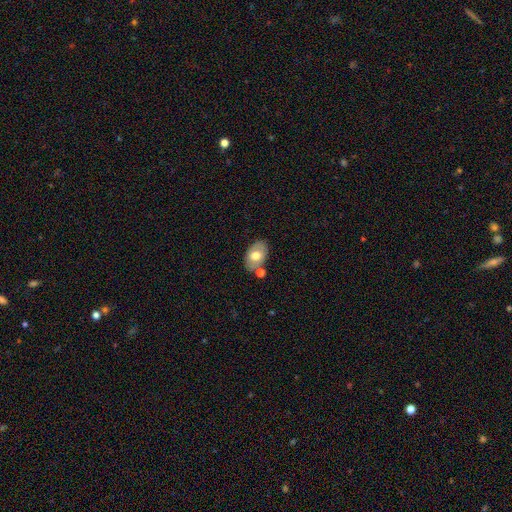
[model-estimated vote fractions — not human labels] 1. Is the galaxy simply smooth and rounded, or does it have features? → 63% smooth, 30% featured or disk, 7% star or artifact.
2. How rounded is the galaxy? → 87% in between, 12% round, 1% cigar-shaped.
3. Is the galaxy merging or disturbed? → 67% none, 15% minor disturbance, 14% merger, 4% major disturbance.